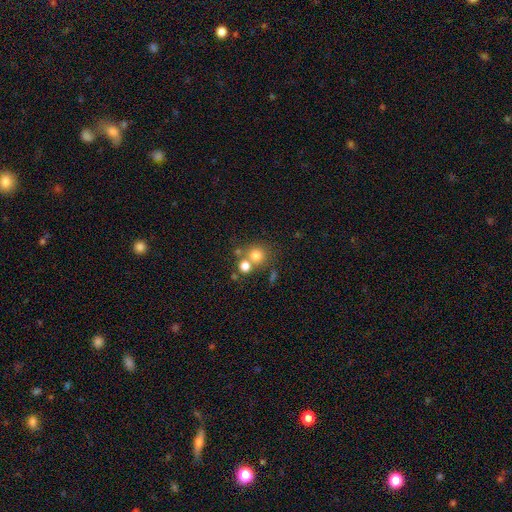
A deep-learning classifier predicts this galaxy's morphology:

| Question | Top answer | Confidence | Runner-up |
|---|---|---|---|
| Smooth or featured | smooth | 75% | star or artifact (14%) |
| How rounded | round | 89% | in between (10%) |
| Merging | none | 57% | merger (30%) |